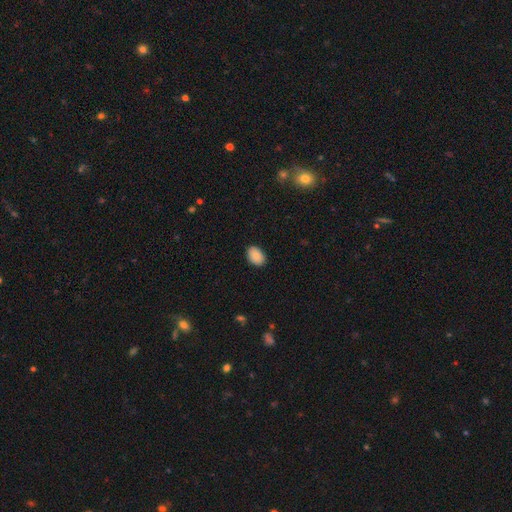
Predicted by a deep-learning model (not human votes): Morphology: type=smooth (89%); roundness=in between (83%); merging=none (88%).